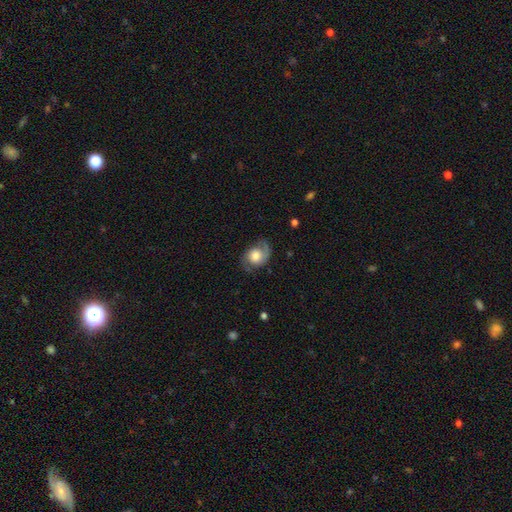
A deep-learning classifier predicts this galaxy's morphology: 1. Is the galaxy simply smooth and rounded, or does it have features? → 66% featured or disk, 27% smooth, 7% star or artifact.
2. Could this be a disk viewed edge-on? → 97% no, 3% yes.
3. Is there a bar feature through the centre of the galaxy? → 72% no, 24% weak, 4% strong.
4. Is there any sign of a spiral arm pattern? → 91% yes, 9% no.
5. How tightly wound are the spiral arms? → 46% medium, 31% loose, 24% tight.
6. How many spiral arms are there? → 79% 2, 14% 1, 4% can't tell, 1% 3, 1% 4, 1% more than 4.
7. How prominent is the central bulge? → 42% large, 39% moderate, 9% small, 7% dominant, 3% none.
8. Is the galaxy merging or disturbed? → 68% none, 20% minor disturbance, 11% major disturbance, 1% merger.